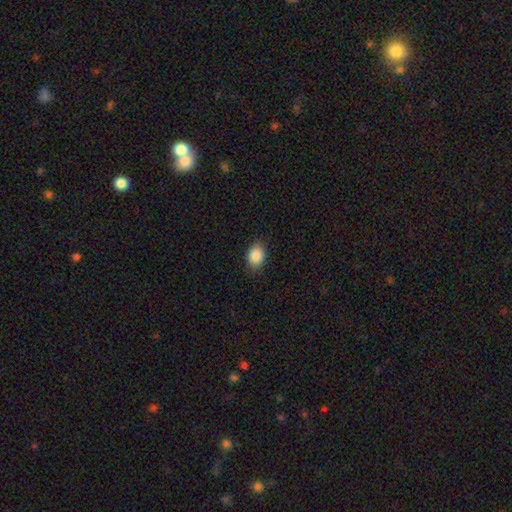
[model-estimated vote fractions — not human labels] A smooth galaxy with no disk features (88%) that is in between round and cigar-shaped (72%). Merging: none (85%).